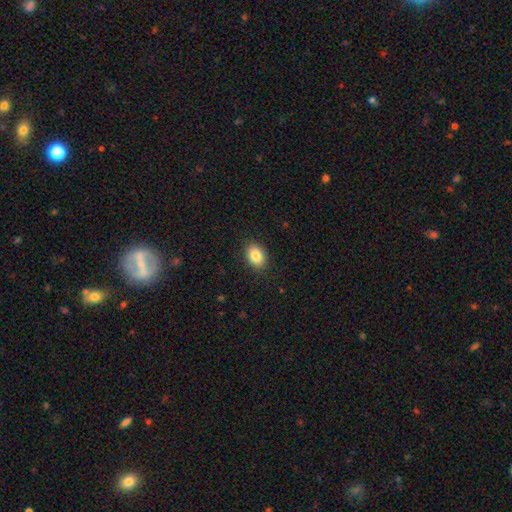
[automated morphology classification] Smooth or featured? smooth (86%)
How rounded? in between (75%)
Merging? none (89%)